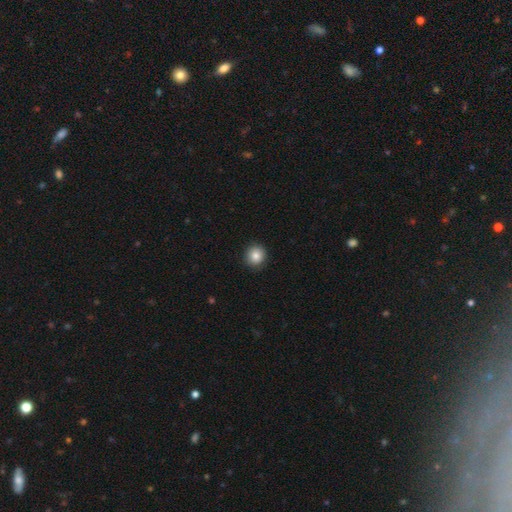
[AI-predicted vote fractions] A smooth galaxy with no disk features (84%) that is round (91%).

Vote fractions:
- Smooth or featured? smooth: 84% / star or artifact: 10% / featured or disk: 7%
- How rounded? round: 91% / in between: 8% / cigar-shaped: 1%
- Merging? none: 91% / minor disturbance: 7% / major disturbance: 2% / merger: 1%